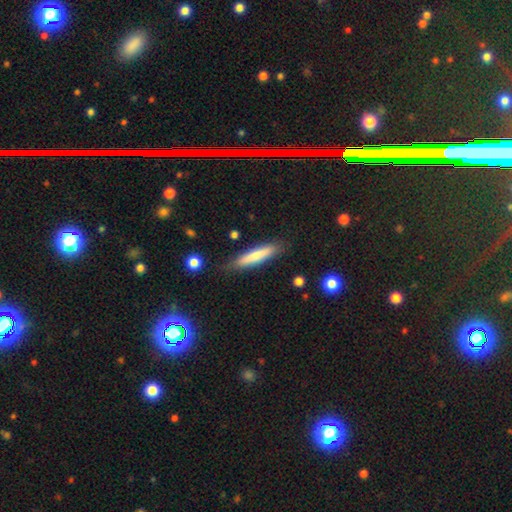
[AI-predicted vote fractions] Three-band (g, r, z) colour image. It shows a smooth galaxy with no disk features (72%) that is cigar-shaped (86%). Merging: none (82%).